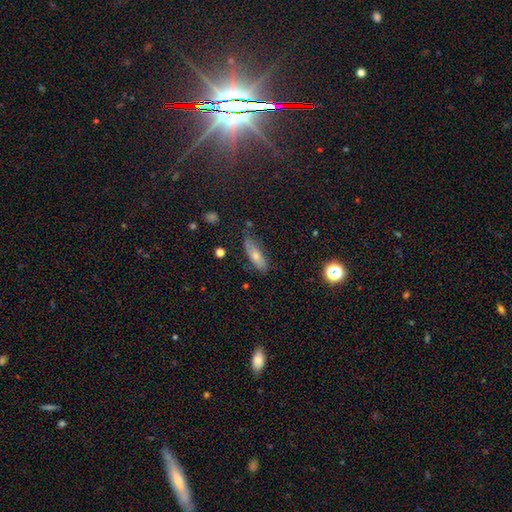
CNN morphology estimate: This is possibly a smooth galaxy (51%). How rounded: possibly in between (52%). Merging: likely none (74%).